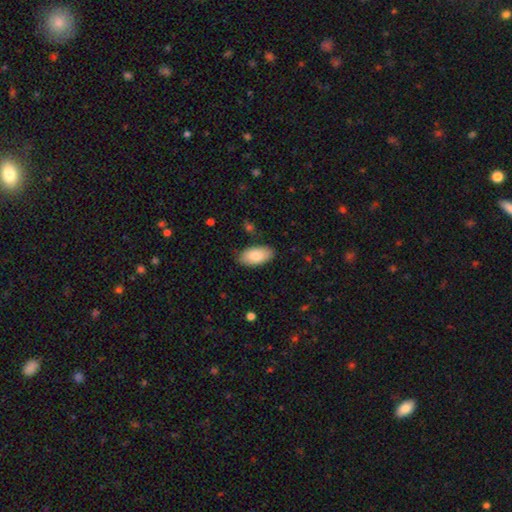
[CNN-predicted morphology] smooth_or_featured: smooth (p=0.81) [alt: featured or disk p=0.13]
how_rounded: in between (p=0.94) [alt: cigar-shaped p=0.03]
merging: none (p=0.84) [alt: minor disturbance p=0.12]